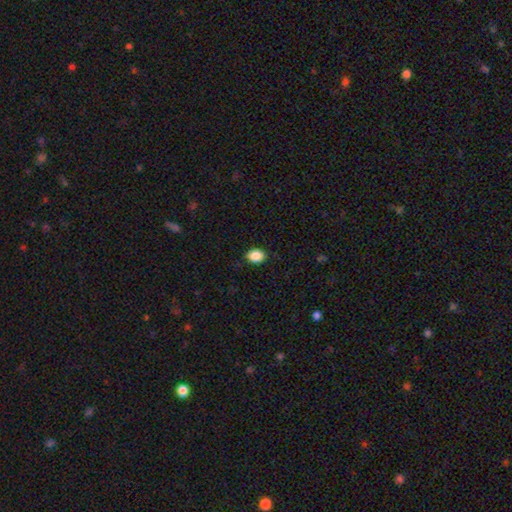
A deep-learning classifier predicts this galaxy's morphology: Smooth or featured?
  - smooth: 87% *
  - star or artifact: 9%
  - featured or disk: 4%
How rounded?
  - in between: 60% *
  - round: 39%
  - cigar-shaped: 1%
Merging?
  - none: 87% *
  - minor disturbance: 10%
  - major disturbance: 2%
  - merger: 1%